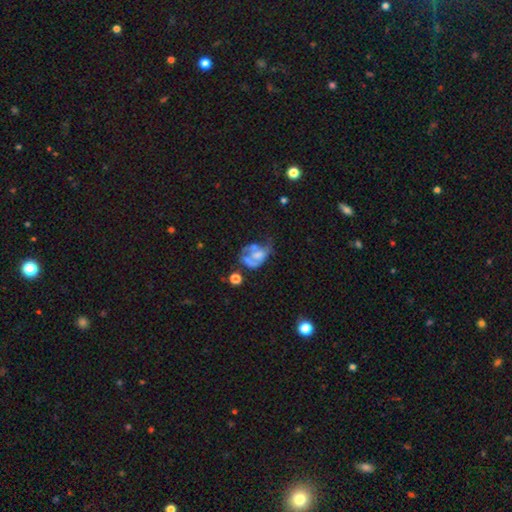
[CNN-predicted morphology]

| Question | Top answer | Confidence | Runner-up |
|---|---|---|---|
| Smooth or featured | featured or disk | 52% | smooth (36%) |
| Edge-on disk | no | 98% | yes (2%) |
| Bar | no | 86% | weak (11%) |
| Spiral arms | no | 79% | yes (21%) |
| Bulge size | none | 44% | moderate (25%) |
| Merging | major disturbance | 35% | merger (29%) |